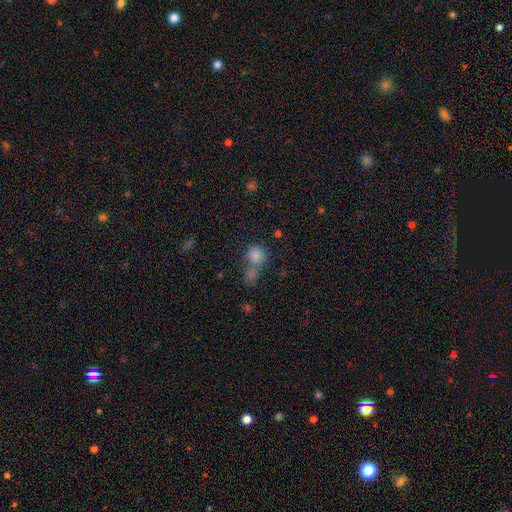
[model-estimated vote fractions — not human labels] Smooth or featured? smooth (80%)
How rounded? round (82%)
Merging? merger (47%)